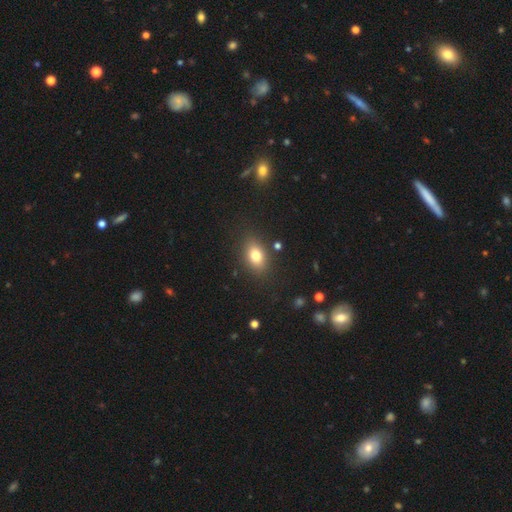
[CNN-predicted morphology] A smooth galaxy with no disk features (77%) that is in between round and cigar-shaped (80%). Merging: none (84%).